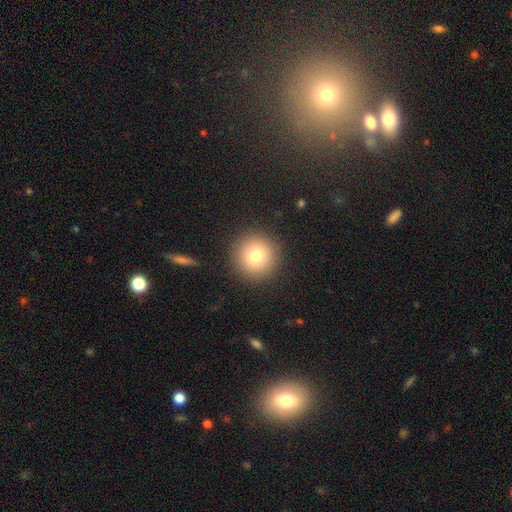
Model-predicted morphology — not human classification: Smooth or featured: smooth — 77% (featured or disk — 12%)
How rounded: round — 95% (in between — 4%)
Merging: none — 91% (minor disturbance — 5%)